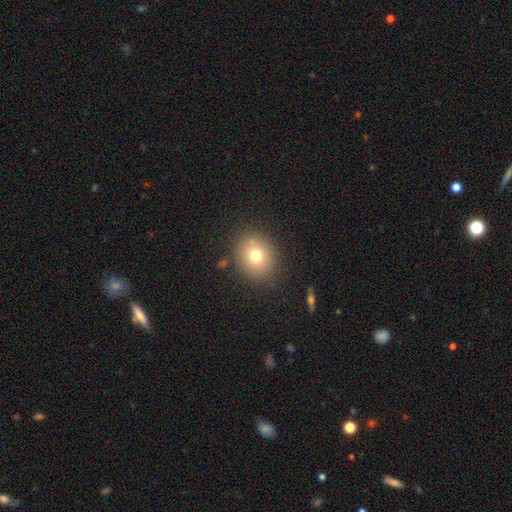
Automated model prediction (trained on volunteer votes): A smooth galaxy with no disk features (73%) that is round (70%).

Vote fractions:
- Smooth or featured? smooth: 73% / featured or disk: 14% / star or artifact: 13%
- How rounded? round: 70% / in between: 29% / cigar-shaped: 1%
- Merging? none: 83% / minor disturbance: 10% / major disturbance: 4% / merger: 3%